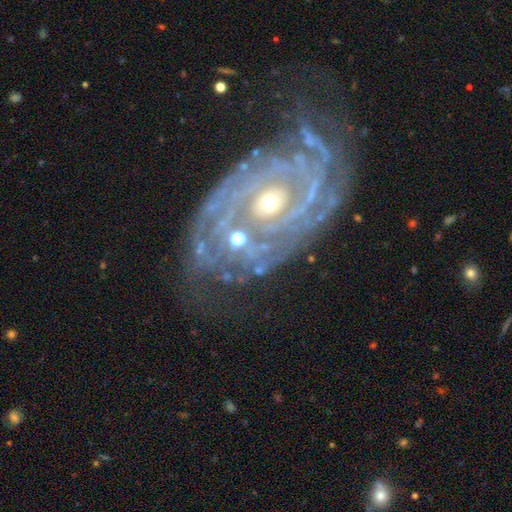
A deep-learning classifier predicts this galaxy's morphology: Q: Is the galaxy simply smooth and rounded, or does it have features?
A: featured or disk — 85%.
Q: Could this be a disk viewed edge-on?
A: no — 96%.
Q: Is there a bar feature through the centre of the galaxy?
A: no — 77%.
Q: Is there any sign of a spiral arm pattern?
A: yes — 90%.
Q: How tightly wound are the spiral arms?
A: tight — 75%.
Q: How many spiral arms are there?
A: can't tell — 34%.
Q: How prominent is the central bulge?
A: small — 54%.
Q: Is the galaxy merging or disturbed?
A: none — 62%.